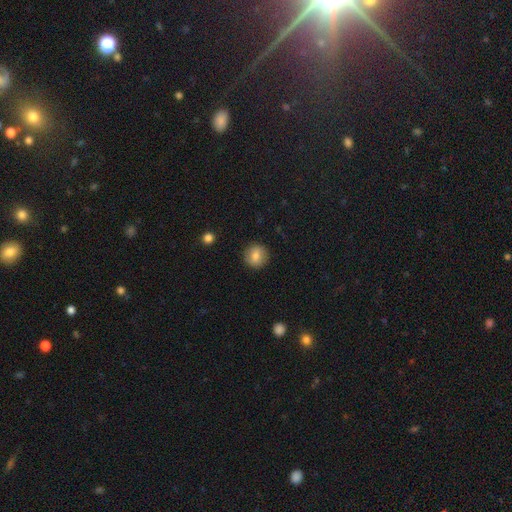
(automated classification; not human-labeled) This appears to be a smooth galaxy with no disk features (79%) that is round (91%). Merging: none (89%).